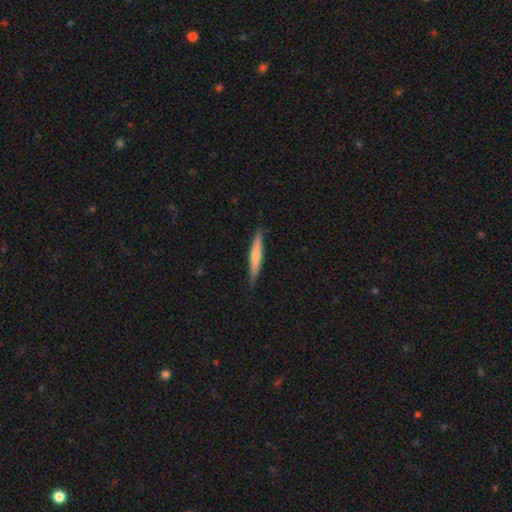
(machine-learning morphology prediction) smooth_or_featured: smooth (p=0.62) [alt: featured or disk p=0.32]
how_rounded: cigar-shaped (p=0.93) [alt: in between p=0.05]
merging: none (p=0.87) [alt: minor disturbance p=0.11]